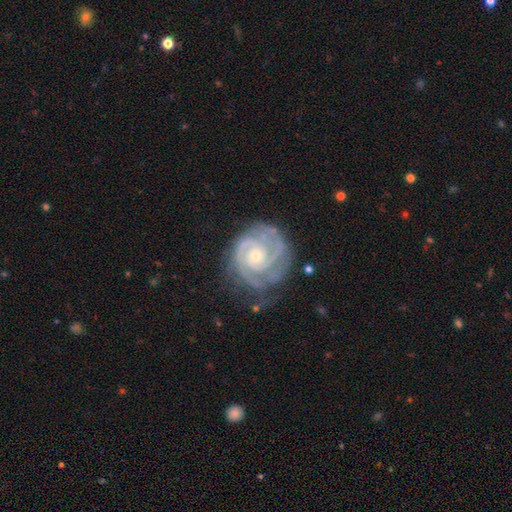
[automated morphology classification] A featured or disk galaxy (91%) with no bar (73%), 2 (43%) tight (77%) spiral arms (98%) and a small central bulge (65%).

Vote fractions:
- Smooth or featured? featured or disk: 91% / smooth: 5% / star or artifact: 4%
- Edge-on disk? no: 98% / yes: 2%
- Bar? no: 73% / weak: 21% / strong: 6%
- Spiral arms? yes: 98% / no: 2%
- Spiral winding? tight: 77% / medium: 20% / loose: 3%
- Spiral arm count? 2: 43% / 3: 28% / can't tell: 13% / 4: 7% / 1: 5% / more than 4: 4%
- Bulge size? small: 65% / moderate: 32% / none: 1% / large: 1% / dominant: 1%
- Merging? none: 69% / minor disturbance: 21% / major disturbance: 8% / merger: 2%